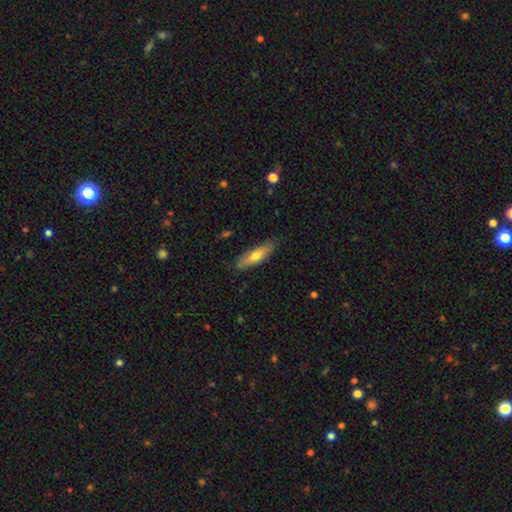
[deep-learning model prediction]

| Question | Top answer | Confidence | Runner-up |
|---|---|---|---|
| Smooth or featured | smooth | 65% | featured or disk (30%) |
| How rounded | cigar-shaped | 54% | in between (44%) |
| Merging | none | 81% | minor disturbance (15%) |